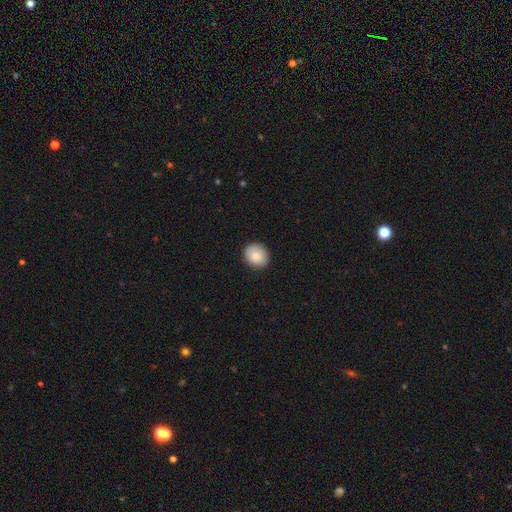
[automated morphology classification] Overall: smooth (86%). How rounded: round (78%). Merging: none (89%).